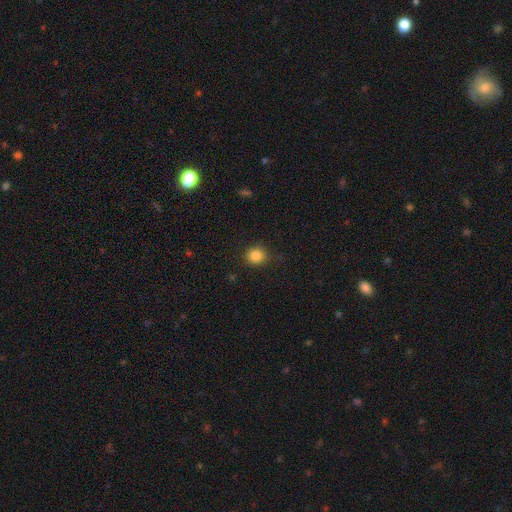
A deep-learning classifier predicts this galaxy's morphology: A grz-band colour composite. It shows a smooth galaxy with no disk features (85%) that is round (84%). Merging: none (87%).